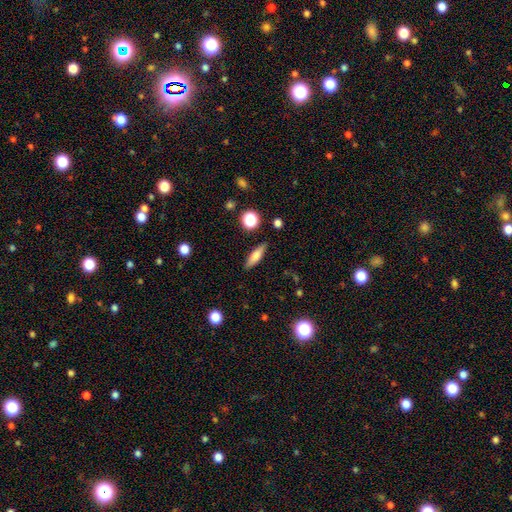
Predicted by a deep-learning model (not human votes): smooth-or-featured: smooth: 66% | featured or disk: 26% | star or artifact: 9%
  how-rounded: cigar-shaped: 59% | in between: 37% | round: 4%
  merging: none: 86% | minor disturbance: 9% | major disturbance: 2% | merger: 2%